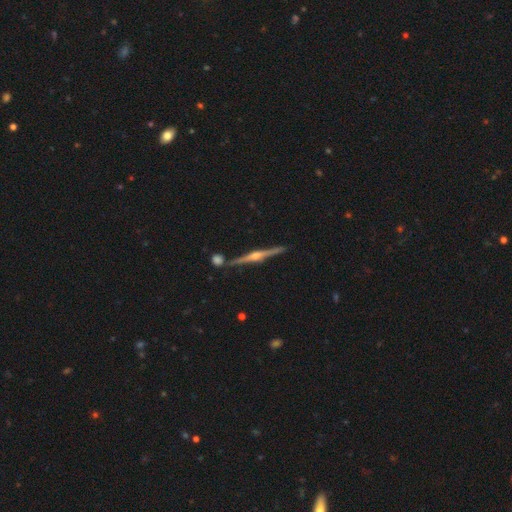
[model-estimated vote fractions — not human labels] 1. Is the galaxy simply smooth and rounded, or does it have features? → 88% featured or disk, 7% smooth, 5% star or artifact.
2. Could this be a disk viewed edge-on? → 99% yes, 1% no.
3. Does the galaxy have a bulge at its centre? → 89% rounded, 7% boxy, 4% none.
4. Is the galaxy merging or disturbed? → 86% none, 7% minor disturbance, 5% merger, 2% major disturbance.